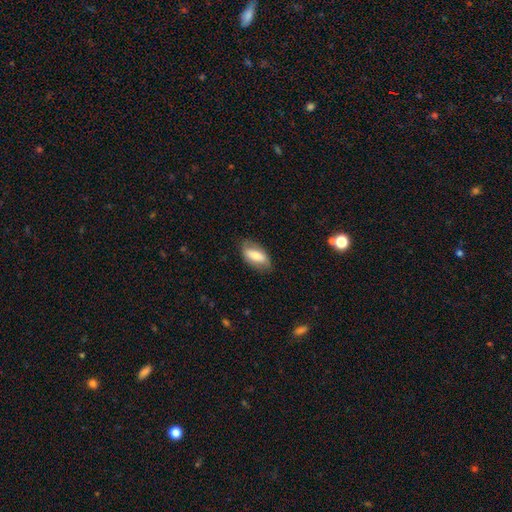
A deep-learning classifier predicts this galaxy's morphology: A smooth galaxy with no disk features (67%) that is in between round and cigar-shaped (89%).

Vote fractions:
- Smooth or featured? smooth: 67% / featured or disk: 27% / star or artifact: 6%
- How rounded? in between: 89% / cigar-shaped: 8% / round: 3%
- Merging? none: 75% / minor disturbance: 18% / major disturbance: 5% / merger: 1%